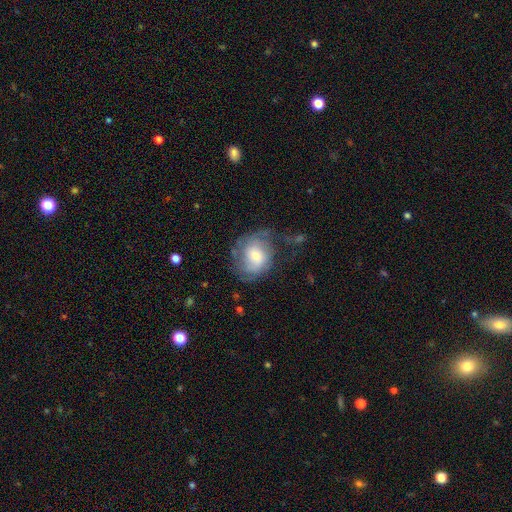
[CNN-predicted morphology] Overall: featured or disk (52%; smooth 40%). Edge-on disk: no (97%). Merging: none (49%; minor disturbance 26%).